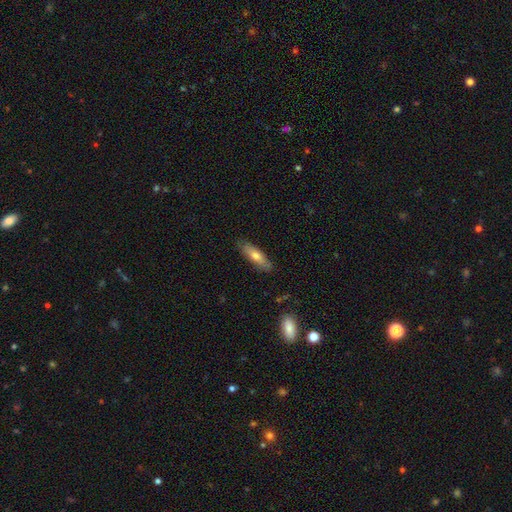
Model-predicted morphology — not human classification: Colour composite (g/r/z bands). It shows a smooth galaxy with no disk features (62%) that is cigar-shaped (53%). Merging: none (83%).